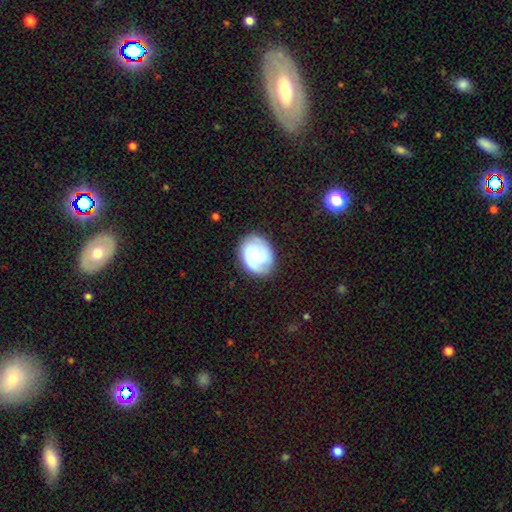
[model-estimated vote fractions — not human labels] This appears to be a featured or disk galaxy (56%) with no bar (65%), spiral arms (85%) and a small central bulge (57%). Merging: none (74%).